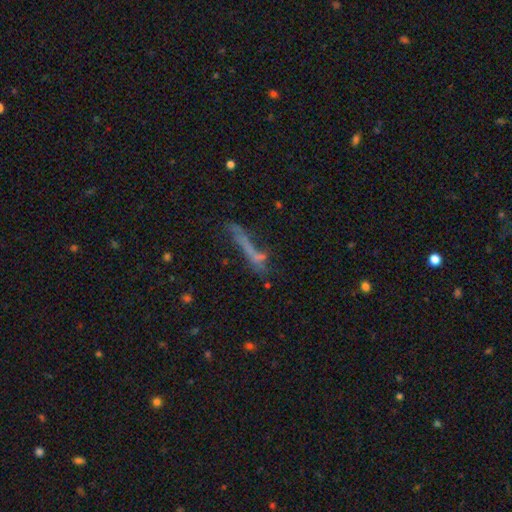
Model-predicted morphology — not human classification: A smooth galaxy with no disk features (44%).

Vote fractions:
- Smooth or featured? smooth: 44% / featured or disk: 39% / star or artifact: 17%
- Merging? none: 46% / minor disturbance: 21% / major disturbance: 21% / merger: 12%